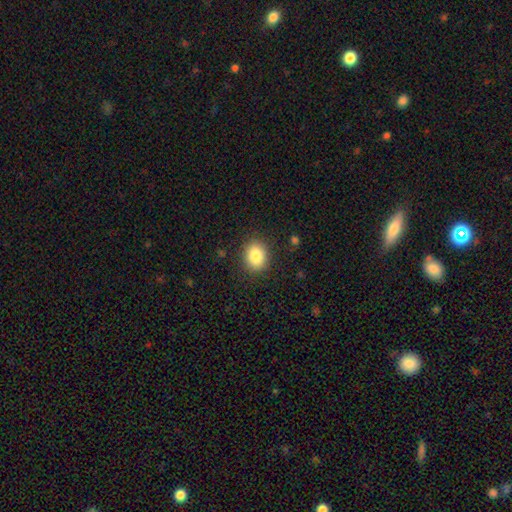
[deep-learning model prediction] This is clearly a smooth galaxy (85%). How rounded: possibly round (53%). Merging: clearly none (87%).